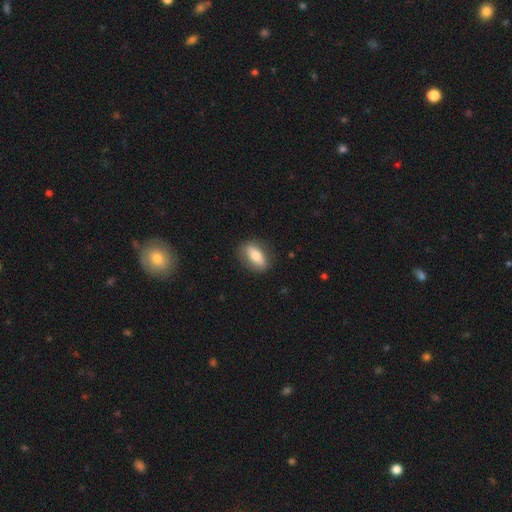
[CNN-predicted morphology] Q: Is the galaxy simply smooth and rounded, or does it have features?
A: smooth — 68%.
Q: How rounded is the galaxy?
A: in between — 82%.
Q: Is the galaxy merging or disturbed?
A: none — 82%.